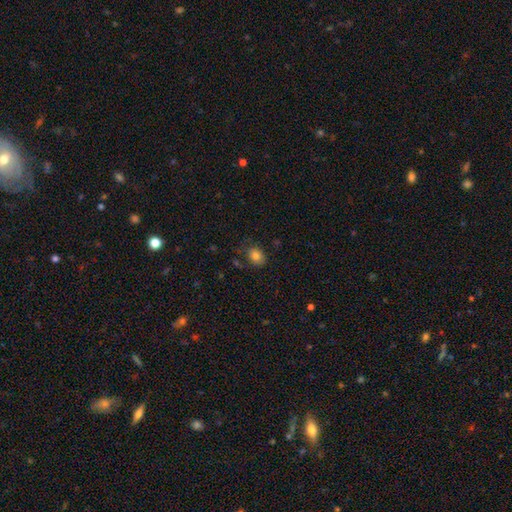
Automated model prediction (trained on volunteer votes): Q: Smooth or featured?
A: smooth (82%); runner-up: star or artifact (11%)
Q: How rounded?
A: in between (61%); runner-up: round (38%)
Q: Merging?
A: none (74%); runner-up: minor disturbance (18%)